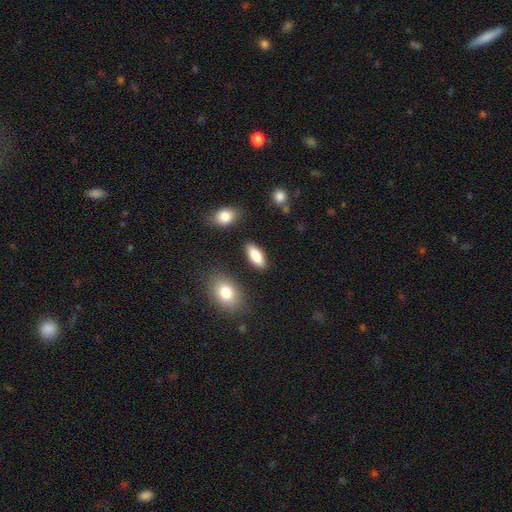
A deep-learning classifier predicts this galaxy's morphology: A smooth galaxy with no disk features (81%) that is in between round and cigar-shaped (80%).

Vote fractions:
- Smooth or featured? smooth: 81% / featured or disk: 13% / star or artifact: 7%
- How rounded? in between: 80% / cigar-shaped: 18% / round: 3%
- Merging? none: 86% / minor disturbance: 9% / merger: 3% / major disturbance: 2%